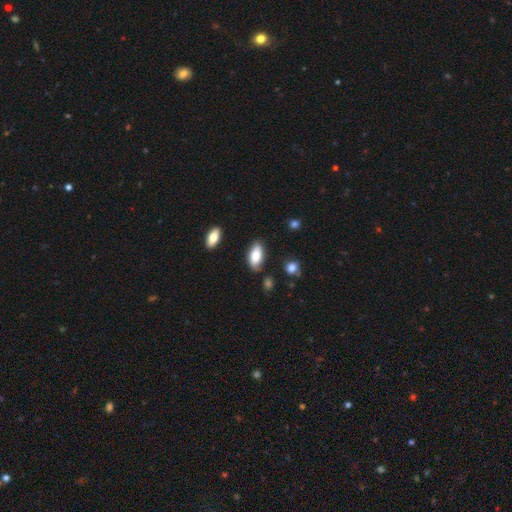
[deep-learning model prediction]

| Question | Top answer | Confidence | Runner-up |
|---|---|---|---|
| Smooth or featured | smooth | 81% | featured or disk (13%) |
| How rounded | in between | 89% | cigar-shaped (9%) |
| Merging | none | 77% | minor disturbance (17%) |